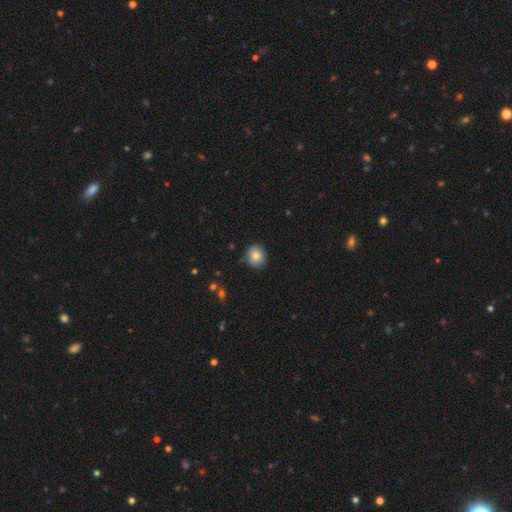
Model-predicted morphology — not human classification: This appears to be a smooth galaxy with no disk features (85%) that is round (83%). Merging: none (84%).